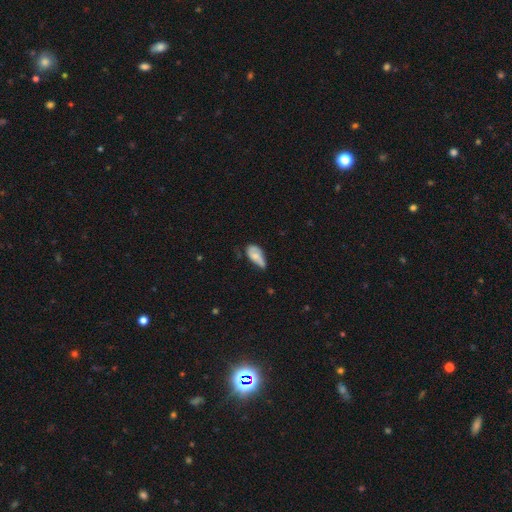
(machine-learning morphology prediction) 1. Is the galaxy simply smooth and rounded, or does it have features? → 58% smooth, 34% featured or disk, 8% star or artifact.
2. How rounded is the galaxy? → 88% in between, 8% cigar-shaped, 4% round.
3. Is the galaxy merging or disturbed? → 43% minor disturbance, 30% none, 22% major disturbance, 5% merger.